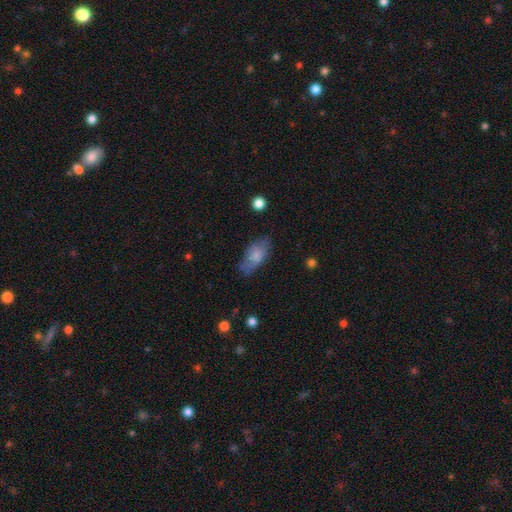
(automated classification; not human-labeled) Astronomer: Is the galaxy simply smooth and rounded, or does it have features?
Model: smooth — 74%.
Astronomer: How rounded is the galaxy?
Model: in between — 90%.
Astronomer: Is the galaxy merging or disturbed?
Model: none — 63%.